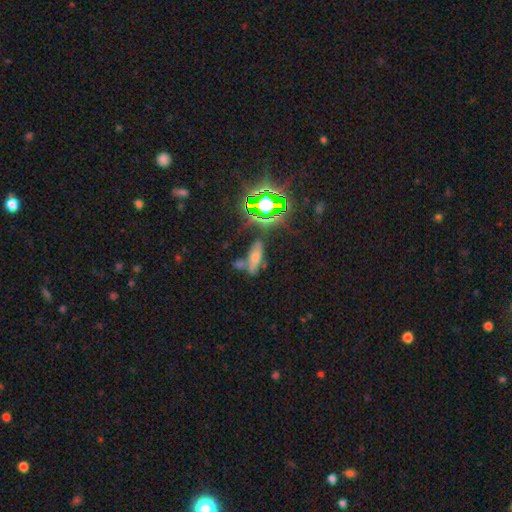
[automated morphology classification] smooth_or_featured: smooth (p=0.43) [alt: star or artifact p=0.38]
merging: none (p=0.56) [alt: merger p=0.18]